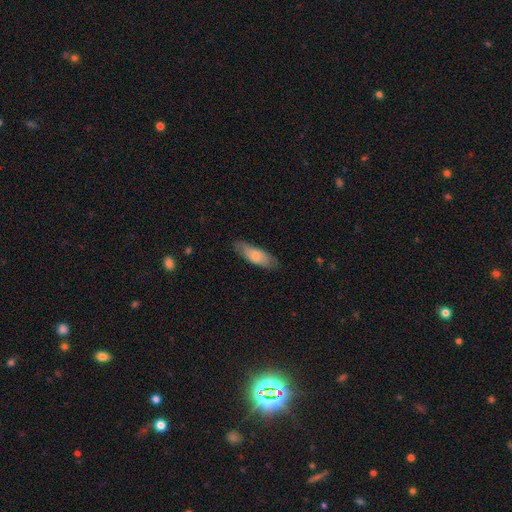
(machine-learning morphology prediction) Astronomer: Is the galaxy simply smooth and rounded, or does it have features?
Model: smooth — 69%.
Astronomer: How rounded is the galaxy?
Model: in between — 62%.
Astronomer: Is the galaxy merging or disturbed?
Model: none — 76%.